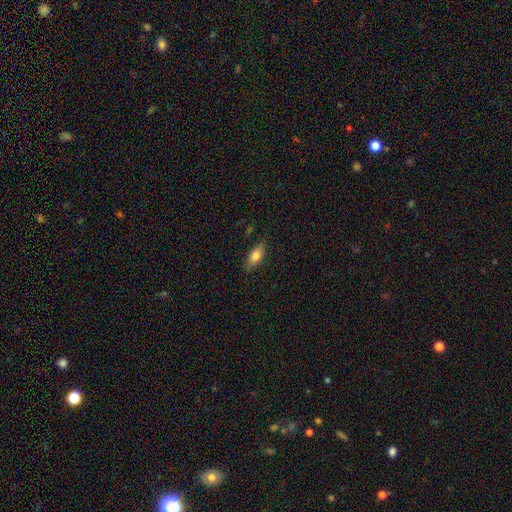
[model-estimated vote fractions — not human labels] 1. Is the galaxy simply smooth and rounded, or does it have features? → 76% smooth, 17% featured or disk, 7% star or artifact.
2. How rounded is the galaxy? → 76% in between, 21% cigar-shaped, 3% round.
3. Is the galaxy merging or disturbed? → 81% none, 14% minor disturbance, 3% major disturbance, 1% merger.